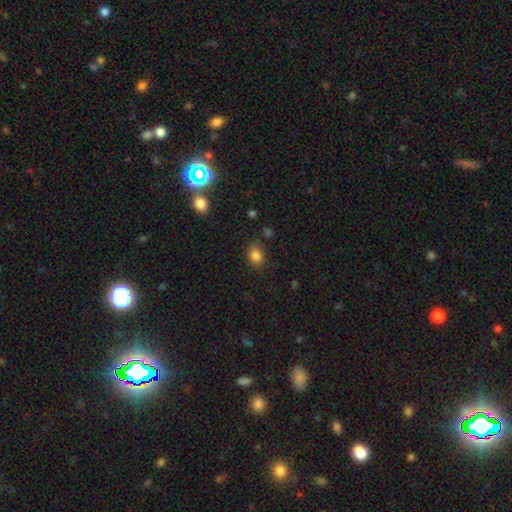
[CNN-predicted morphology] Q: Smooth or featured?
A: smooth (83%); runner-up: star or artifact (12%)
Q: How rounded?
A: round (61%); runner-up: in between (38%)
Q: Merging?
A: none (77%); runner-up: minor disturbance (15%)